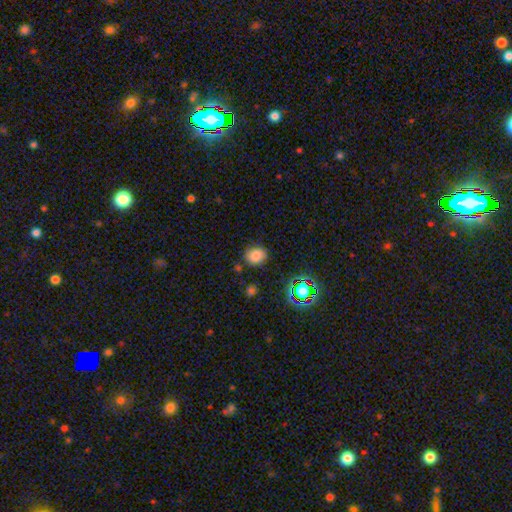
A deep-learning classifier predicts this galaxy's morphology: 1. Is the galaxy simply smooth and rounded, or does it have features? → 78% smooth, 16% star or artifact, 6% featured or disk.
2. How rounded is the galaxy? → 65% round, 34% in between, 1% cigar-shaped.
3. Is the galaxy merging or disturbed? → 80% none, 13% minor disturbance, 4% major disturbance, 3% merger.